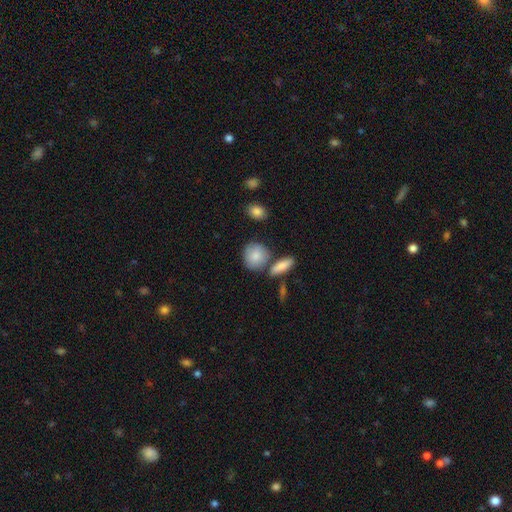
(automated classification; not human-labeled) Smooth or featured?
  - smooth: 82% *
  - featured or disk: 12%
  - star or artifact: 6%
How rounded?
  - round: 75% *
  - in between: 23%
  - cigar-shaped: 2%
Merging?
  - none: 65% *
  - minor disturbance: 15%
  - merger: 15%
  - major disturbance: 4%